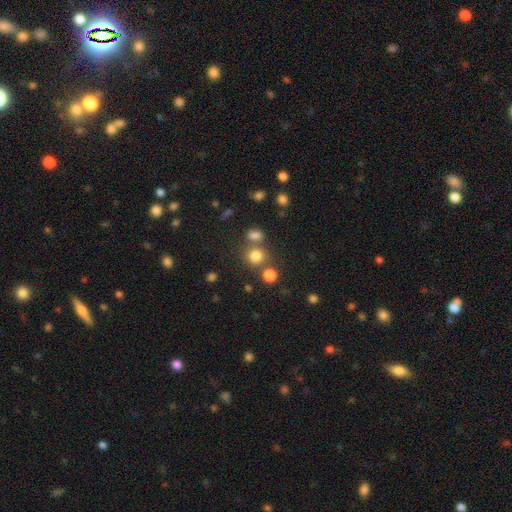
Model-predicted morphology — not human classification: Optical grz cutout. It shows a smooth galaxy with no disk features (77%) that is round (85%). Merging: none (66%).